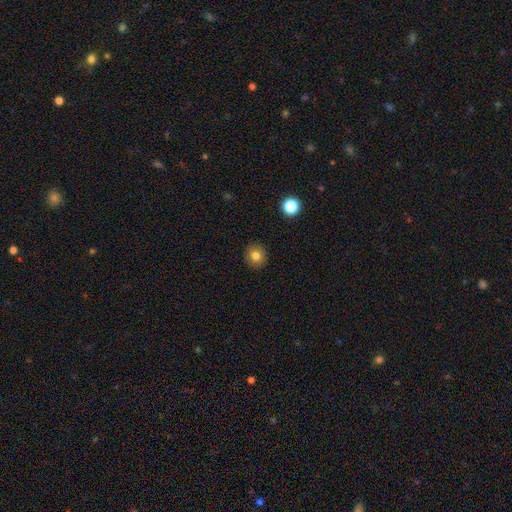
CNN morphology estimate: Smooth or featured? Predicted: smooth (p=0.80). How rounded? Predicted: round (p=0.88). Merging? Predicted: none (p=0.91).